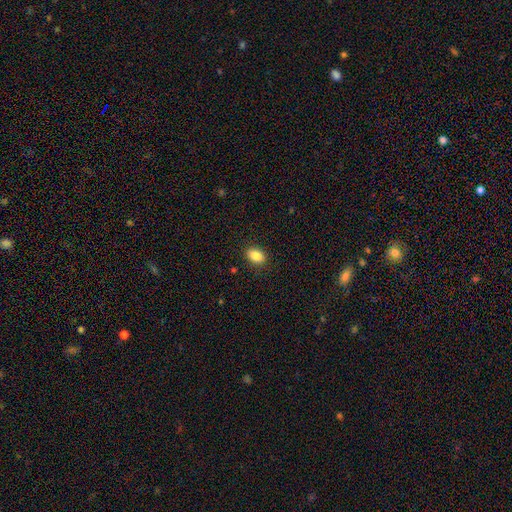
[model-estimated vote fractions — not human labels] Smooth or featured?
  - smooth: 87% *
  - star or artifact: 9%
  - featured or disk: 5%
How rounded?
  - in between: 82% *
  - round: 17%
  - cigar-shaped: 1%
Merging?
  - none: 89% *
  - minor disturbance: 8%
  - major disturbance: 2%
  - merger: 1%